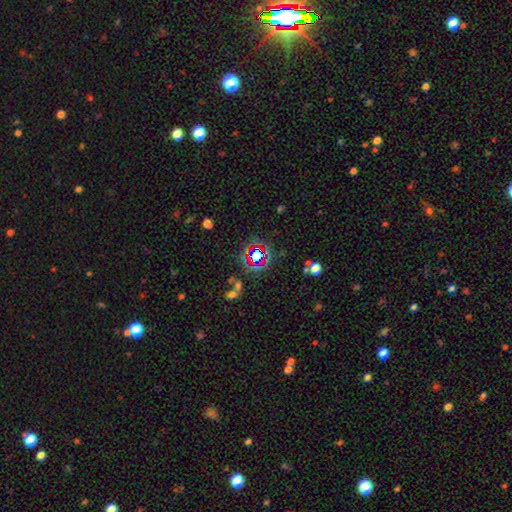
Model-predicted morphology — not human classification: star or artifact 59%, smooth 27%, featured or disk 13%.